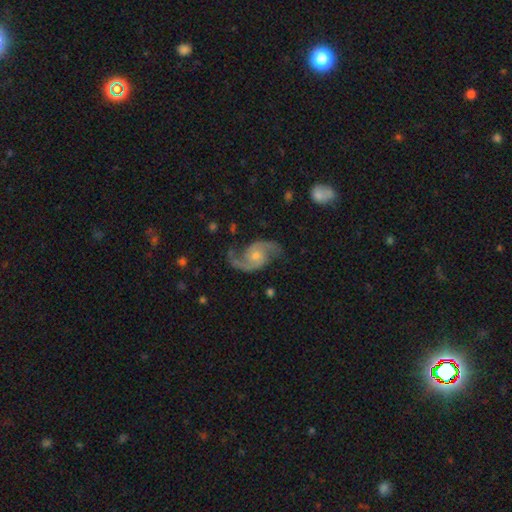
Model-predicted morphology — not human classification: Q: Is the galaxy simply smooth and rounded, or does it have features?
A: featured or disk — 91%.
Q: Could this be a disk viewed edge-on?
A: no — 98%.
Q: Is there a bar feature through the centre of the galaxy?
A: no — 67%.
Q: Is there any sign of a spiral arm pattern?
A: yes — 98%.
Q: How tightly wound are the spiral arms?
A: medium — 49%.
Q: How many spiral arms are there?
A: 2 — 94%.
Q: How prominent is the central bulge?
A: small — 47%.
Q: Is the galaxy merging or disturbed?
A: none — 79%.